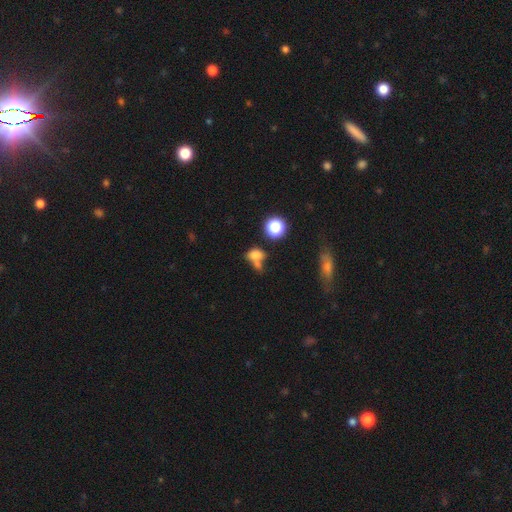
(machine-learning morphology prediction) Smooth or featured?
  - smooth: 72% *
  - star or artifact: 16%
  - featured or disk: 12%
How rounded?
  - in between: 63% *
  - round: 34%
  - cigar-shaped: 3%
Merging?
  - merger: 43% *
  - none: 34%
  - minor disturbance: 13%
  - major disturbance: 10%